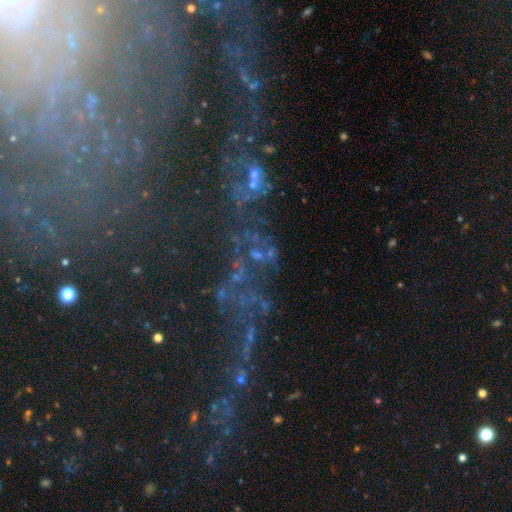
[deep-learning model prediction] star or artifact 48%, featured or disk 34%, smooth 17%.